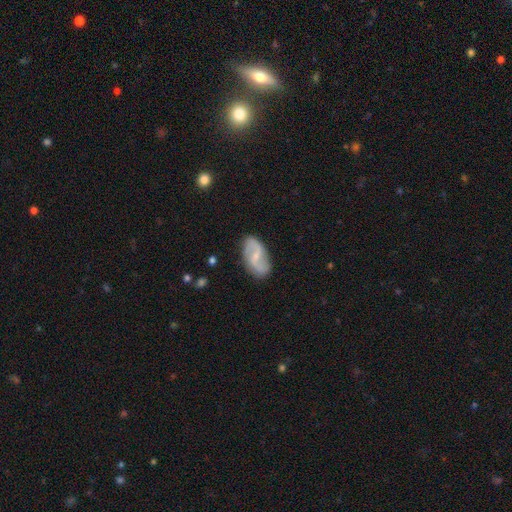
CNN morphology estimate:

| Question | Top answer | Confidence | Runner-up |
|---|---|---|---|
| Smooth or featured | featured or disk | 77% | smooth (17%) |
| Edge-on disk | no | 97% | yes (3%) |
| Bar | weak | 52% | no (29%) |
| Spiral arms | yes | 93% | no (7%) |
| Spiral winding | loose | 56% | medium (33%) |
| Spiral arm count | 2 | 91% | can't tell (4%) |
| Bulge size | small | 65% | moderate (21%) |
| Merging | none | 83% | minor disturbance (12%) |